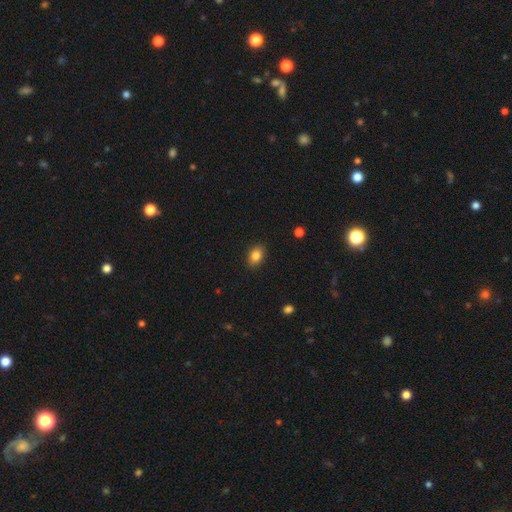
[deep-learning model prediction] smooth 84%, star or artifact 9%, featured or disk 7%. Down the decision tree: how rounded — in between (80%); merging — none (88%).